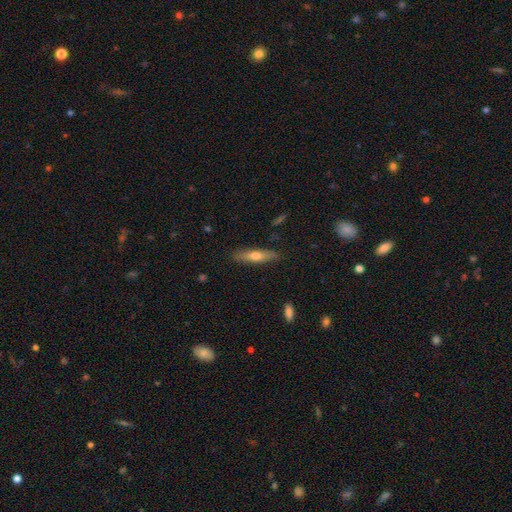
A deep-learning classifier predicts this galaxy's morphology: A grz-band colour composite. It shows a smooth galaxy with no disk features (52%) that is cigar-shaped (82%). Merging: none (88%).